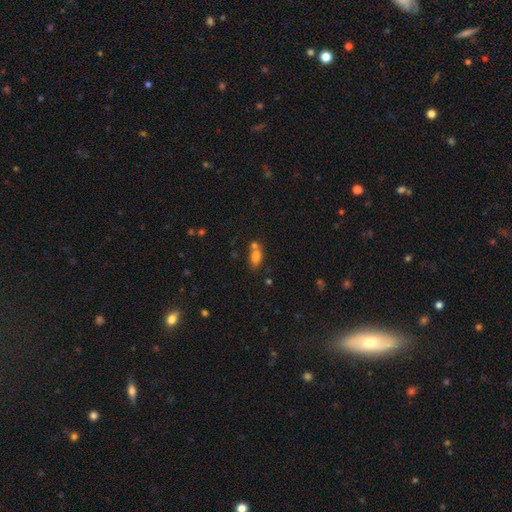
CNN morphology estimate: smooth 78%, star or artifact 11%, featured or disk 11%. Down the decision tree: how rounded — in between (83%); merging — none (44%).